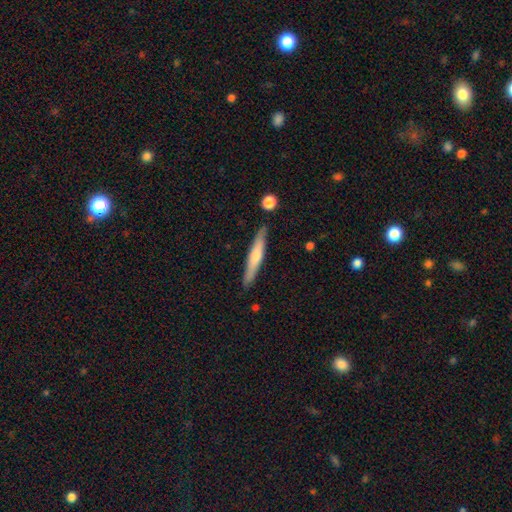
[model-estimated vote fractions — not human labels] Smooth or featured?
  - featured or disk: 56% *
  - smooth: 37%
  - star or artifact: 7%
Edge-on disk?
  - yes: 96% *
  - no: 4%
Edge-on bulge?
  - rounded: 72% *
  - none: 20%
  - boxy: 8%
Merging?
  - none: 88% *
  - minor disturbance: 8%
  - merger: 2%
  - major disturbance: 2%